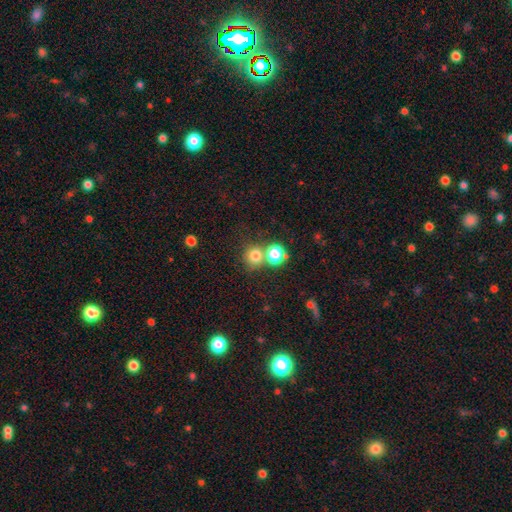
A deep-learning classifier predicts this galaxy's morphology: A smooth galaxy with no disk features (76%) that is round (88%). Merging: none (59%).